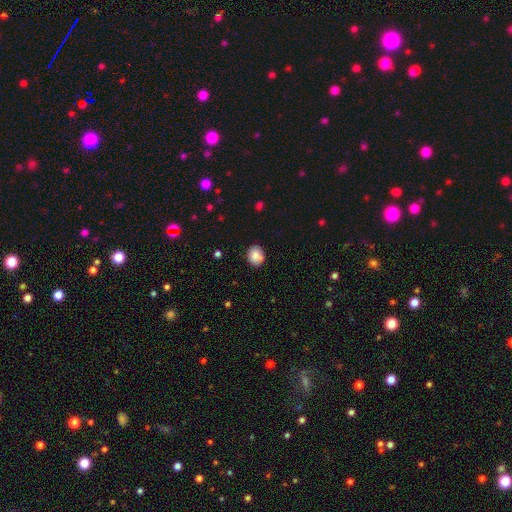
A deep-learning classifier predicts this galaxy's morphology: Smooth or featured: smooth — 85% (star or artifact — 8%)
How rounded: round — 61% (in between — 38%)
Merging: none — 81% (minor disturbance — 14%)